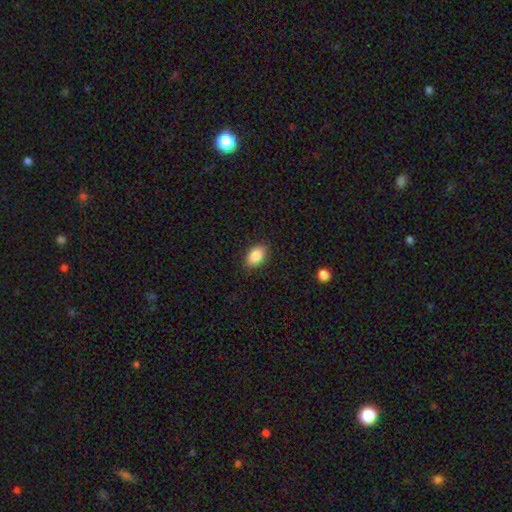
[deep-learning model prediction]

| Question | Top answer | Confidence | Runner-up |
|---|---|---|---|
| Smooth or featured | smooth | 87% | star or artifact (8%) |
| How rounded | in between | 90% | round (8%) |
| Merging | none | 87% | minor disturbance (10%) |